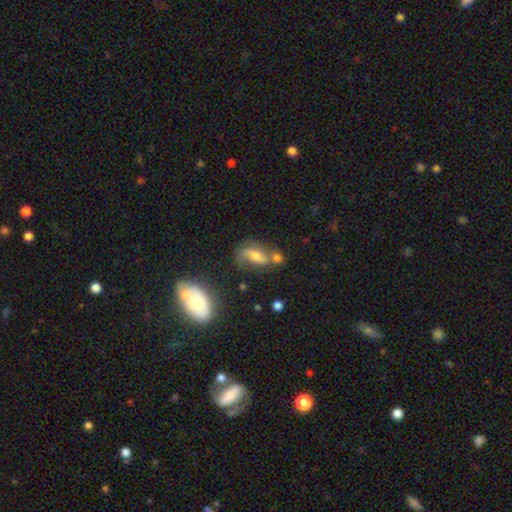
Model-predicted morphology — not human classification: Q: Smooth or featured?
A: featured or disk (51%); runner-up: smooth (37%)
Q: Edge-on disk?
A: no (86%); runner-up: yes (14%)
Q: Merging?
A: none (39%); runner-up: merger (26%)